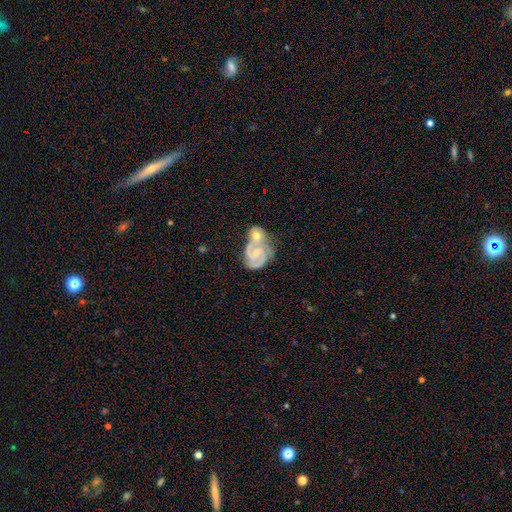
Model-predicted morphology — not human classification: The model was most divided on "spiral winding": tight: 47%, medium: 45%, loose: 8%. More confident: edge-on disk — no (98%); spiral arms — yes (97%); smooth or featured — featured or disk (85%); spiral arm count — 2 (71%); merging — merger (62%); bulge size — small (59%); bar — no (56%).